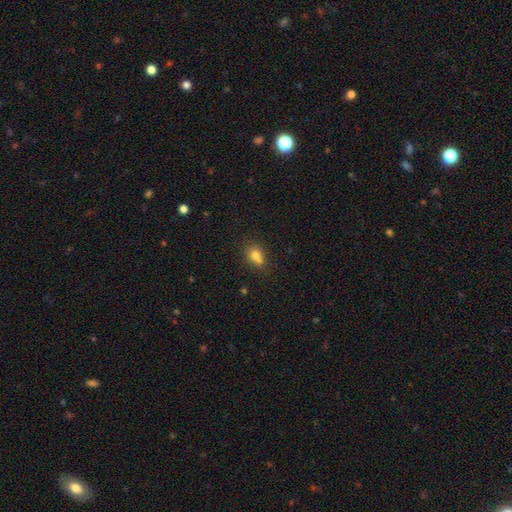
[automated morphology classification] Smooth or featured?
  - smooth: 74% *
  - featured or disk: 13%
  - star or artifact: 13%
How rounded?
  - round: 56% *
  - in between: 43%
  - cigar-shaped: 2%
Merging?
  - none: 44% *
  - merger: 37%
  - minor disturbance: 14%
  - major disturbance: 5%